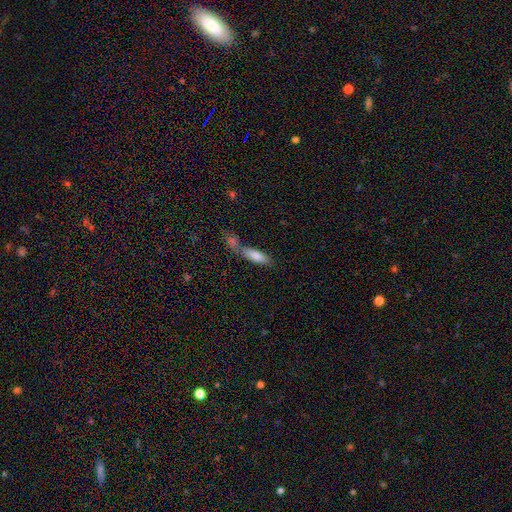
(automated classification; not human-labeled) Overall: smooth (80%). How rounded: in between (56%; cigar-shaped 41%). Merging: merger (49%; none 35%).